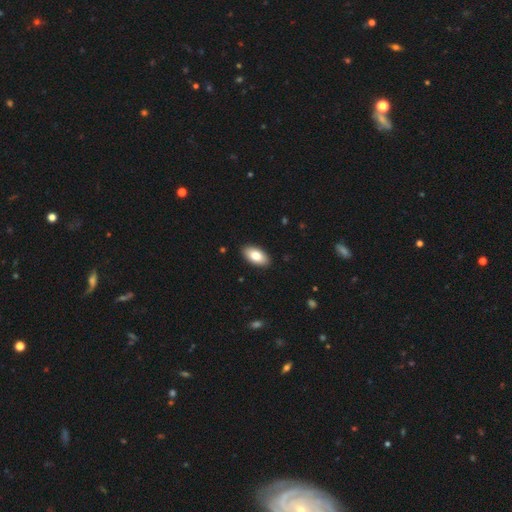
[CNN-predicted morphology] A smooth galaxy with no disk features (82%) that is in between round and cigar-shaped (94%). Merging: none (90%).